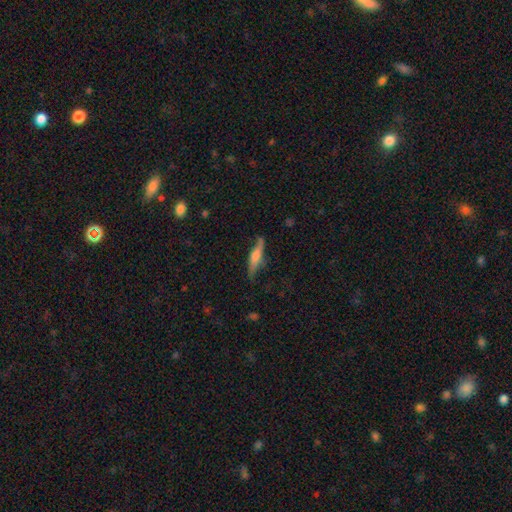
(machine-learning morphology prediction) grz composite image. It shows a featured or disk galaxy (60%) viewed edge-on (90%) with a rounded central bulge (71%). Merging: none (75%).